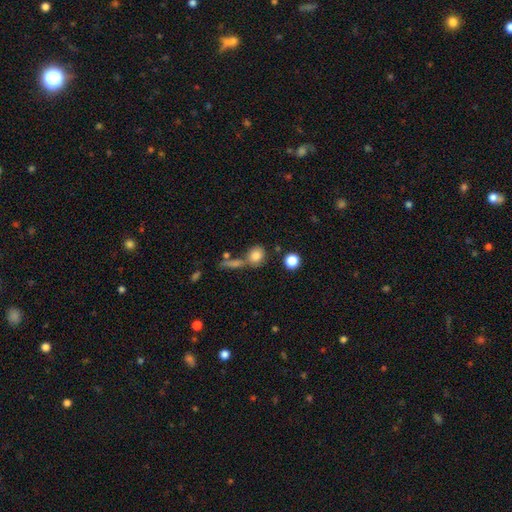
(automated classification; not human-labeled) smooth-or-featured: smooth: 82% | star or artifact: 10% | featured or disk: 8%
  how-rounded: round: 74% | in between: 23% | cigar-shaped: 3%
  merging: none: 62% | merger: 22% | minor disturbance: 11% | major disturbance: 5%